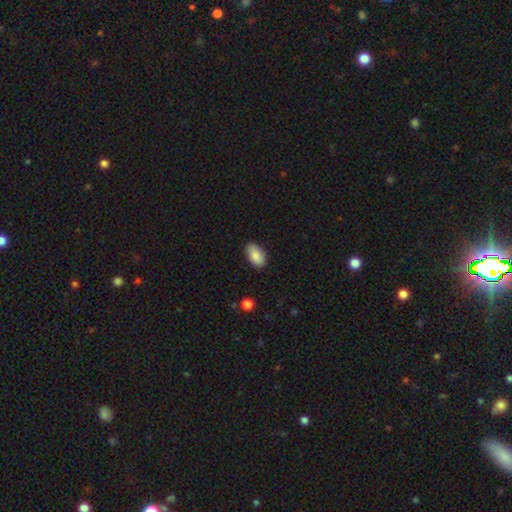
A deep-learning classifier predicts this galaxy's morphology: The model was most divided on "merging": none: 83%, minor disturbance: 13%, major disturbance: 2%, merger: 1%. More confident: how rounded — in between (93%); smooth or featured — smooth (85%).